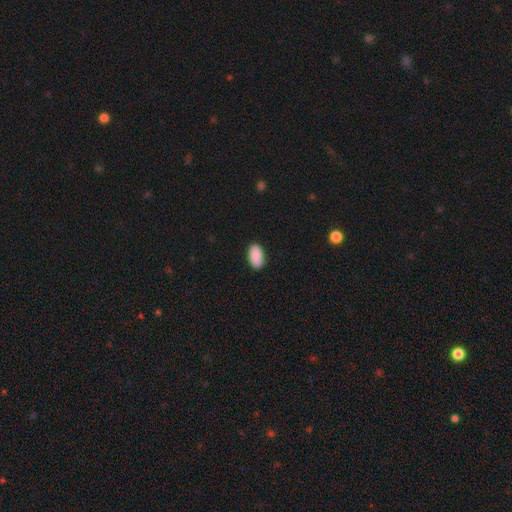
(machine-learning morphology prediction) This is clearly a smooth galaxy (90%). How rounded: clearly in between (95%). Merging: clearly none (87%).